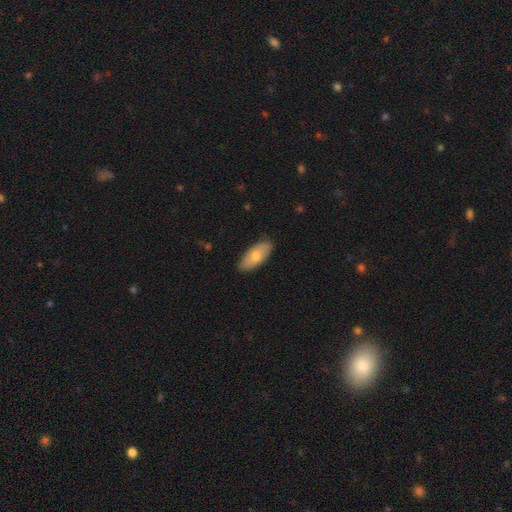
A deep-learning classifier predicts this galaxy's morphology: Smooth or featured? smooth (73%)
How rounded? in between (88%)
Merging? none (85%)